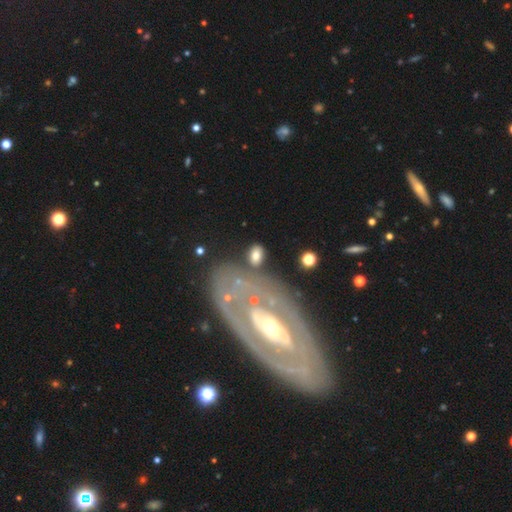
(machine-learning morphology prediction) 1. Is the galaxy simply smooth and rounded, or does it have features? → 72% smooth, 21% featured or disk, 8% star or artifact.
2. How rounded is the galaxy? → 86% in between, 12% round, 2% cigar-shaped.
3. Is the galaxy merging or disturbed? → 70% none, 15% minor disturbance, 8% merger, 7% major disturbance.